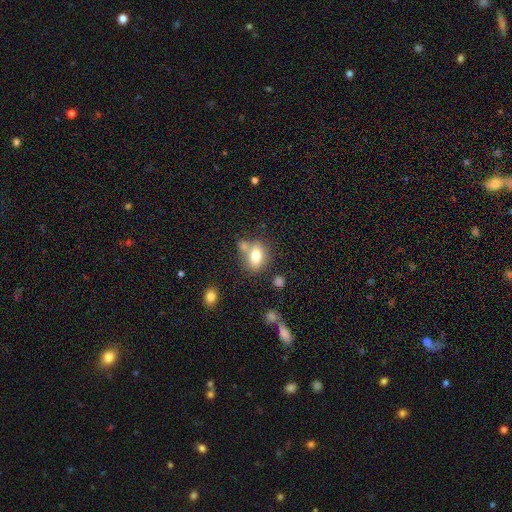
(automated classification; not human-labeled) Overall: smooth (76%). How rounded: in between (76%). Merging: none (51%; merger 28%).